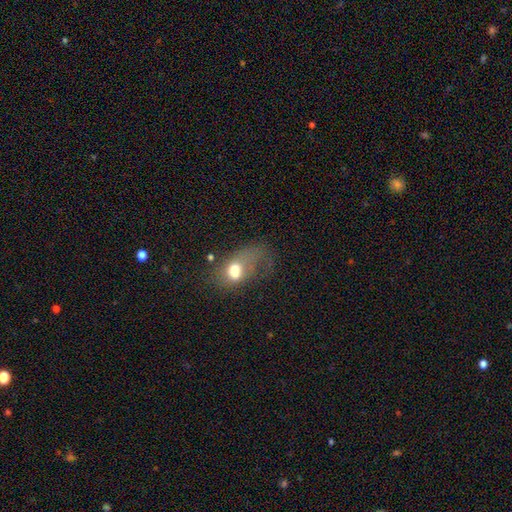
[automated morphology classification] type=smooth (54%); roundness=in between (70%); merging=major disturbance (48%).